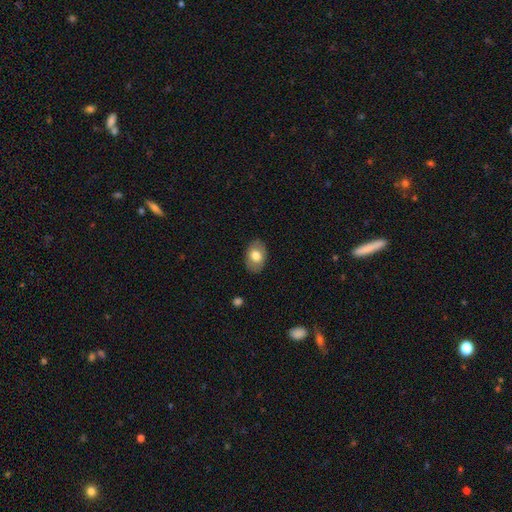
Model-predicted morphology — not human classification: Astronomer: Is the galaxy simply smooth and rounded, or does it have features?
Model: smooth — 74%.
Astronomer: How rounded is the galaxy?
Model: in between — 83%.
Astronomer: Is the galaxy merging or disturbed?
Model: none — 85%.